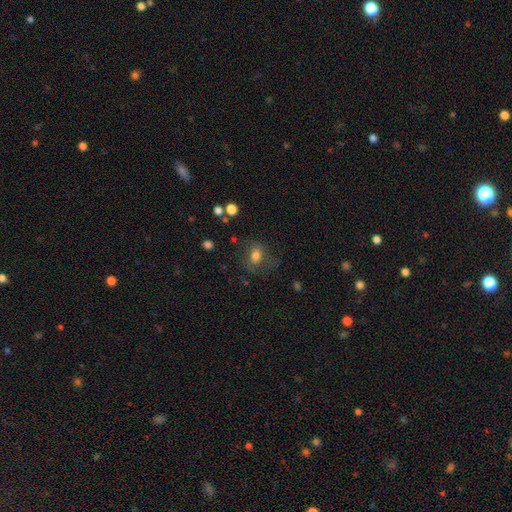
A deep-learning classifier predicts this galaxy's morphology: Overall: smooth (55%; featured or disk 24%). How rounded: round (51%; in between 47%). Merging: none (65%).